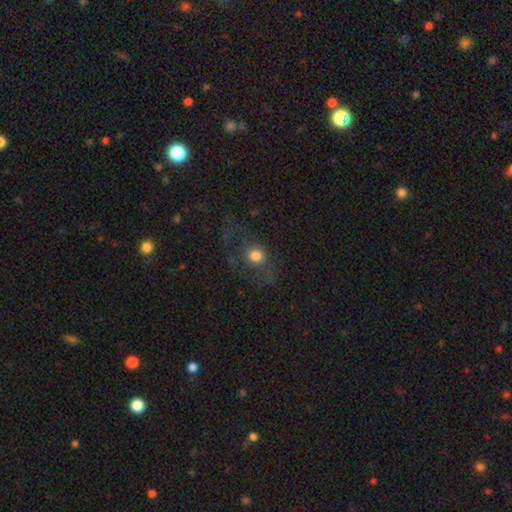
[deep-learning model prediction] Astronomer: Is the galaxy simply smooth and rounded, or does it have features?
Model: smooth — 60%.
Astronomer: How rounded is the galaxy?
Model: round — 63%.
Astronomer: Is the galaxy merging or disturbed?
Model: none — 53%.